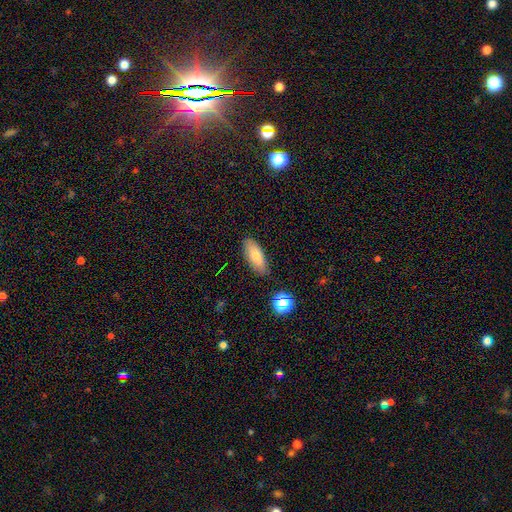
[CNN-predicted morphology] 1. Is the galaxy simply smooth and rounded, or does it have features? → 76% smooth, 16% featured or disk, 9% star or artifact.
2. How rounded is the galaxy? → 80% in between, 17% cigar-shaped, 3% round.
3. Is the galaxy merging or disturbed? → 83% none, 12% minor disturbance, 3% major disturbance, 2% merger.